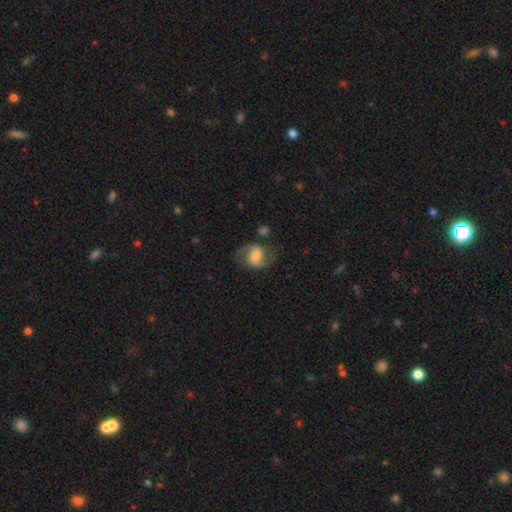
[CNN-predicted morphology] smooth_or_featured: featured or disk (p=0.69) [alt: smooth p=0.24]
disk_edge_on: no (p=0.97) [alt: yes p=0.03]
bar: weak (p=0.42) [alt: no p=0.39]
has_spiral_arms: yes (p=0.92) [alt: no p=0.08]
spiral_winding: medium (p=0.47) [alt: loose p=0.41]
spiral_arm_count: 2 (p=0.90) [alt: can't tell p=0.04]
bulge_size: moderate (p=0.41) [alt: small p=0.30]
merging: none (p=0.69) [alt: minor disturbance p=0.17]